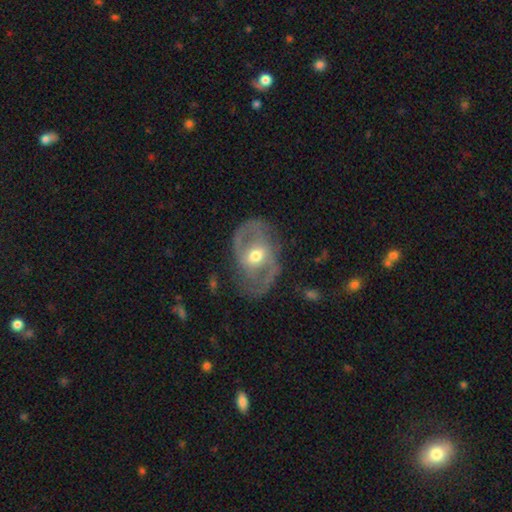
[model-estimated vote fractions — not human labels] Smooth or featured?
  - featured or disk: 82% *
  - smooth: 12%
  - star or artifact: 5%
Edge-on disk?
  - no: 96% *
  - yes: 4%
Bar?
  - weak: 47% *
  - no: 29%
  - strong: 24%
Spiral arms?
  - yes: 84% *
  - no: 16%
Spiral winding?
  - medium: 50% *
  - loose: 27%
  - tight: 23%
Spiral arm count?
  - 2: 86% *
  - can't tell: 7%
  - 1: 3%
  - 3: 2%
  - 4: 1%
  - more than 4: 1%
Bulge size?
  - moderate: 71% *
  - small: 20%
  - large: 7%
  - none: 1%
  - dominant: 1%
Merging?
  - none: 71% *
  - minor disturbance: 18%
  - major disturbance: 10%
  - merger: 2%